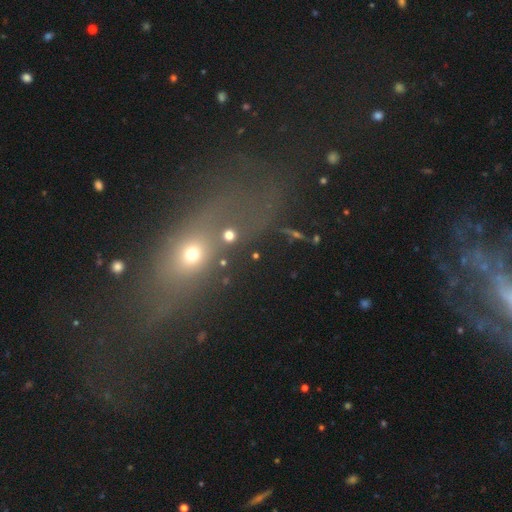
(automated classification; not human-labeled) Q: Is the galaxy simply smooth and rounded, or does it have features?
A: smooth — 42%.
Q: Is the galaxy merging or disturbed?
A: none — 55%.